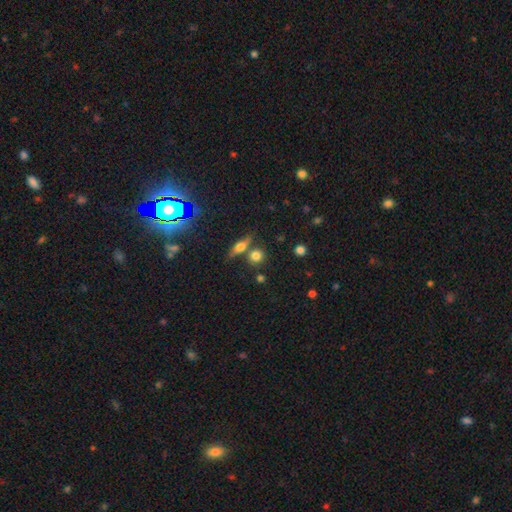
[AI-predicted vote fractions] Overall: smooth (75%). How rounded: round (80%). Merging: none (67%).